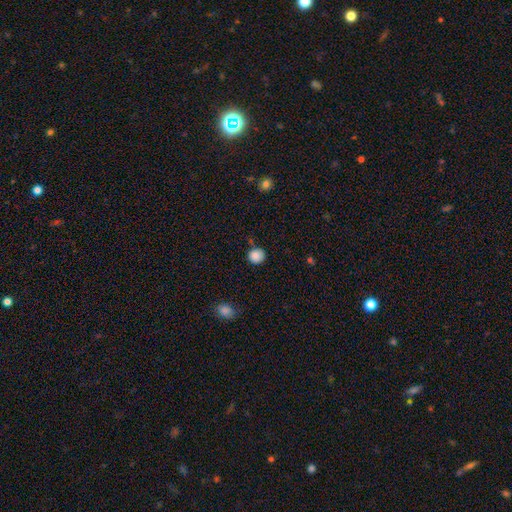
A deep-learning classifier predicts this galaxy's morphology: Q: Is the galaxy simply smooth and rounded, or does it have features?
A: smooth — 87%.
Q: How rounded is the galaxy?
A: round — 90%.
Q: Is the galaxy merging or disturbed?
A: none — 80%.